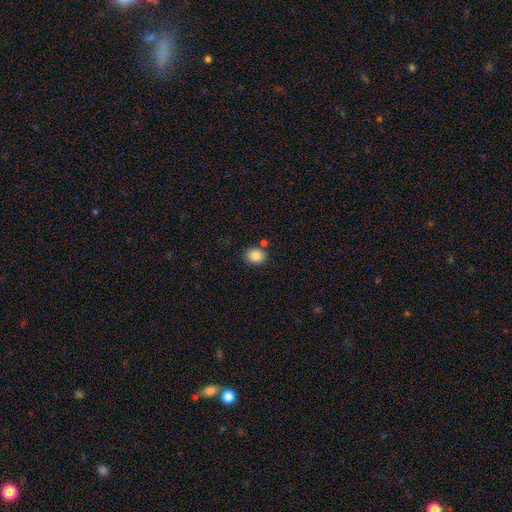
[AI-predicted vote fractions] Overall: smooth (85%). How rounded: round (65%; in between 34%). Merging: none (78%).